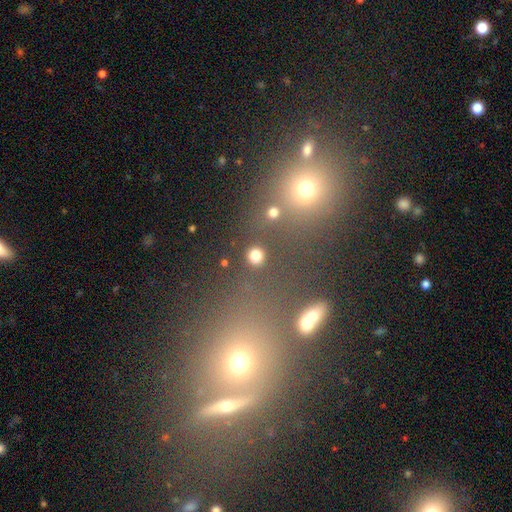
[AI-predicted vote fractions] smooth-or-featured: smooth: 80% | star or artifact: 15% | featured or disk: 5%
  how-rounded: round: 90% | in between: 9% | cigar-shaped: 1%
  merging: none: 88% | minor disturbance: 6% | merger: 4% | major disturbance: 3%